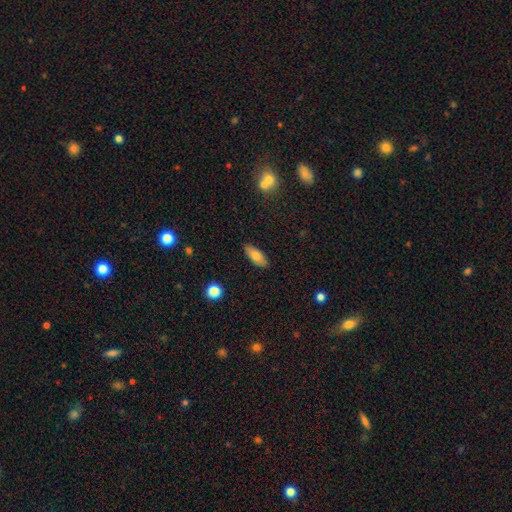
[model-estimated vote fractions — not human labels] Smooth or featured: smooth — 77% (featured or disk — 16%)
How rounded: in between — 78% (cigar-shaped — 19%)
Merging: none — 87% (minor disturbance — 10%)